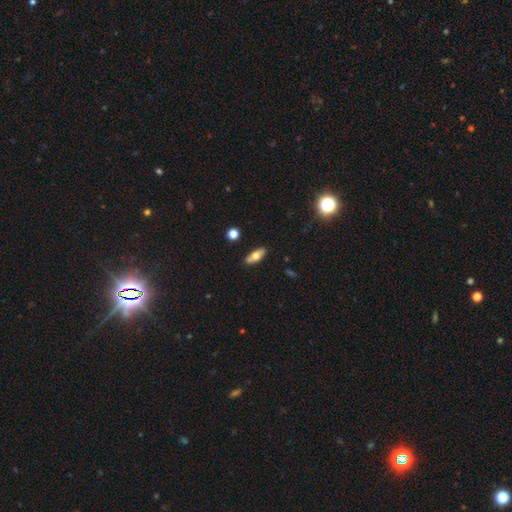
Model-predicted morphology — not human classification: This is likely a smooth galaxy (65%). How rounded: likely in between (74%). Merging: clearly none (87%).